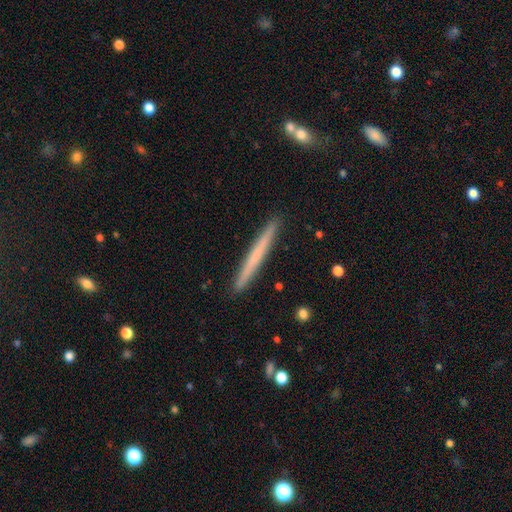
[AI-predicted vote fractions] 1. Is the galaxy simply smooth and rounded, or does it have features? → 56% smooth, 38% featured or disk, 6% star or artifact.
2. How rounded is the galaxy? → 97% cigar-shaped, 2% in between, 1% round.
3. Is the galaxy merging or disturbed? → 92% none, 6% minor disturbance, 1% merger, 1% major disturbance.